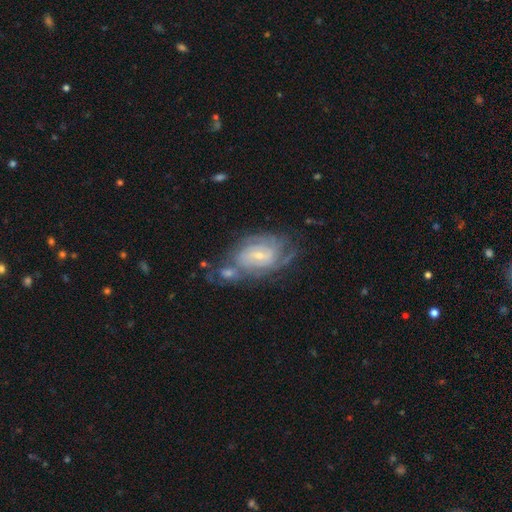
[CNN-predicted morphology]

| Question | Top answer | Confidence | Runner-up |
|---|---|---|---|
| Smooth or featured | featured or disk | 69% | smooth (20%) |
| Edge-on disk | no | 95% | yes (5%) |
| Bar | no | 55% | weak (37%) |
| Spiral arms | yes | 86% | no (14%) |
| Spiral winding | tight | 55% | medium (34%) |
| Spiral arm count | can't tell | 48% | 2 (25%) |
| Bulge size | small | 66% | moderate (28%) |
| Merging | none | 52% | minor disturbance (20%) |